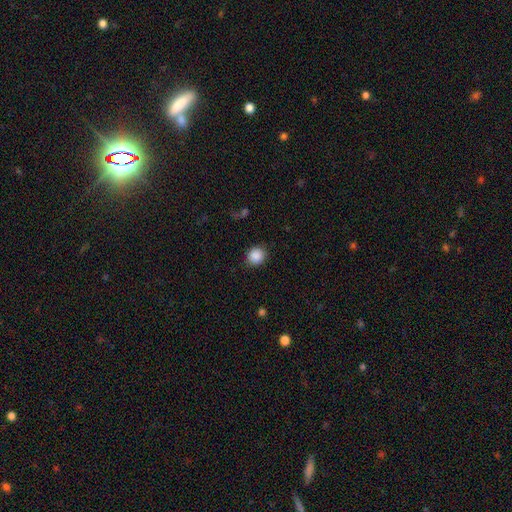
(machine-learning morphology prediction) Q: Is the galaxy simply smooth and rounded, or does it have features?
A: smooth — 88%.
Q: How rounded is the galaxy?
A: round — 77%.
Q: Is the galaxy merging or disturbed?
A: none — 85%.